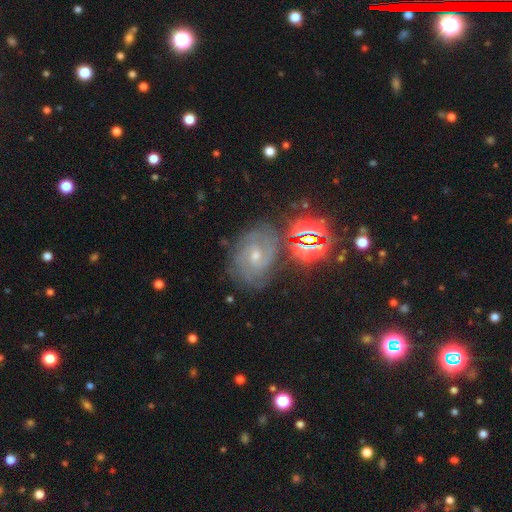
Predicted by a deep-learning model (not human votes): Overall: featured or disk (60%; star or artifact 27%). Edge-on disk: no (95%). Bar: no (56%; weak 33%). Spiral arms: yes (91%). Spiral arm count: can't tell (40%; 2 21%). Spiral winding: tight (74%). Bulge size: small (64%; moderate 32%). Merging: none (77%).